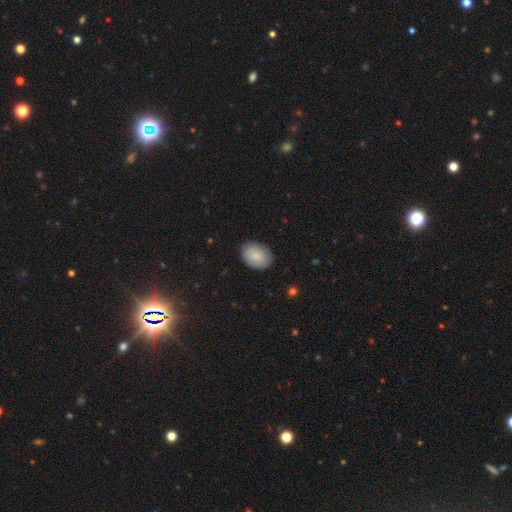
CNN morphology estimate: type=smooth (86%); roundness=in between (73%); merging=none (86%).